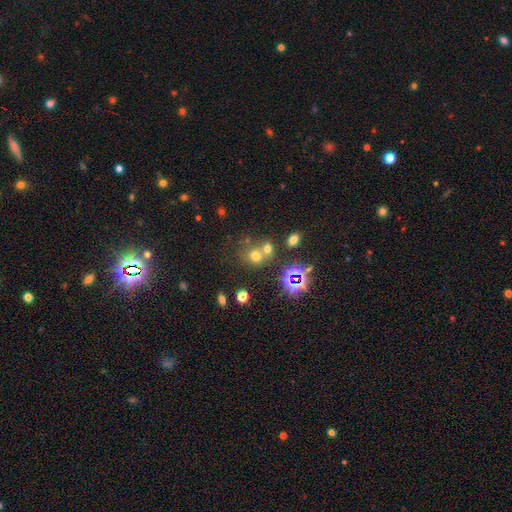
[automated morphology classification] smooth_or_featured: smooth (p=0.58) [alt: star or artifact p=0.30]
how_rounded: round (p=0.75) [alt: in between p=0.23]
merging: none (p=0.49) [alt: merger p=0.36]